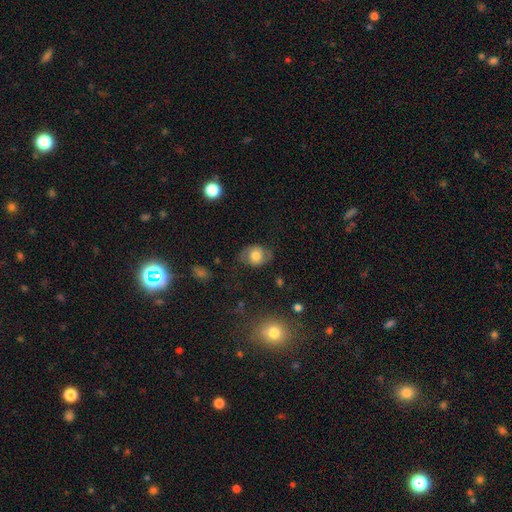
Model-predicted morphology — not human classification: smooth 66%, featured or disk 25%, star or artifact 9%. Down the decision tree: how rounded — round (54%); merging — none (64%).